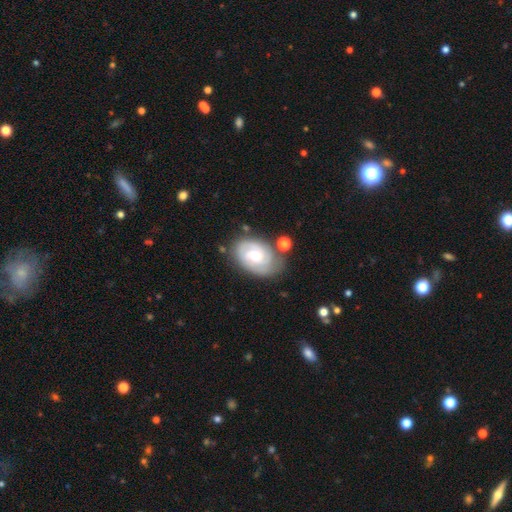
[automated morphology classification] This appears to be a featured or disk galaxy (71%) with no bar (64%), 2 (48%) tight (60%) spiral arms (87%) and a moderate central bulge (65%). Merging: none (66%).